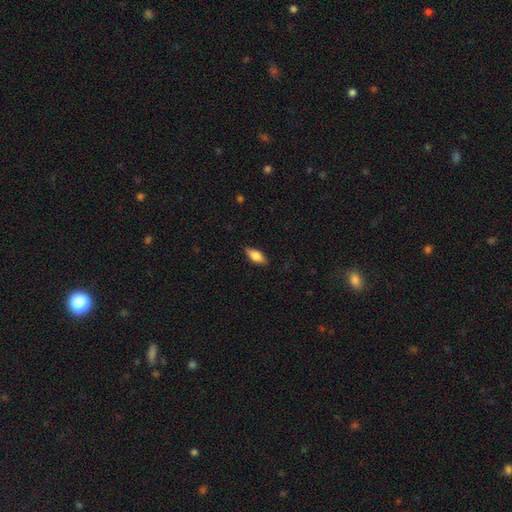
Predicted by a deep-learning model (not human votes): smooth-or-featured: smooth: 70% | featured or disk: 23% | star or artifact: 7%
  how-rounded: in between: 76% | cigar-shaped: 21% | round: 3%
  merging: none: 85% | minor disturbance: 11% | major disturbance: 2% | merger: 1%